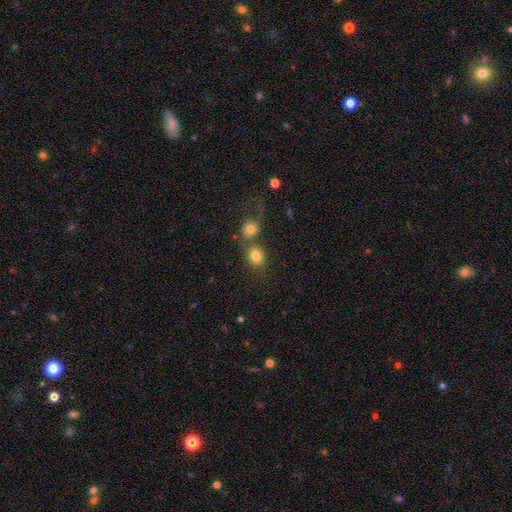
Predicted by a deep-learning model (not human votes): Smooth or featured?
  - smooth: 81% *
  - star or artifact: 11%
  - featured or disk: 9%
How rounded?
  - round: 69% *
  - in between: 30%
  - cigar-shaped: 1%
Merging?
  - merger: 43% * (tied)
  - none: 43% * (tied)
  - minor disturbance: 9%
  - major disturbance: 6%